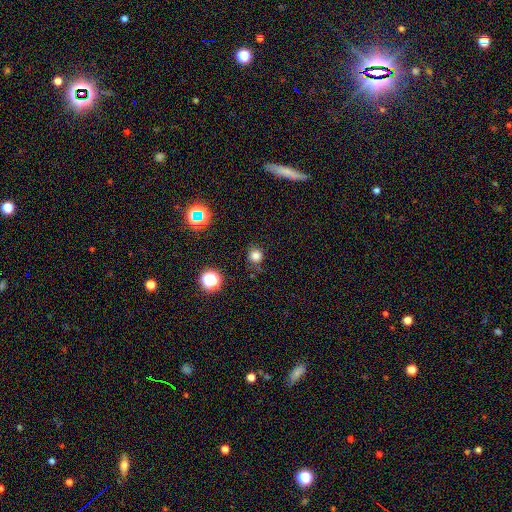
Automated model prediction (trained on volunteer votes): Smooth or featured: smooth — 78% (star or artifact — 17%)
How rounded: round — 92% (in between — 7%)
Merging: none — 81% (minor disturbance — 13%)